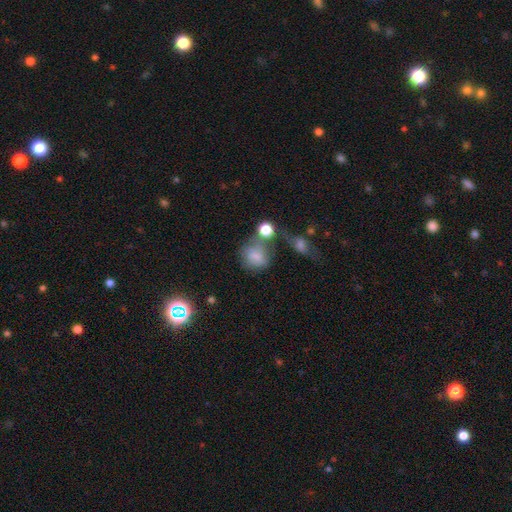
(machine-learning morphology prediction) The model was most divided on "merging": none: 39%, merger: 25%, minor disturbance: 20%, major disturbance: 16%. More confident: smooth or featured — smooth (73%); how rounded — round (66%).